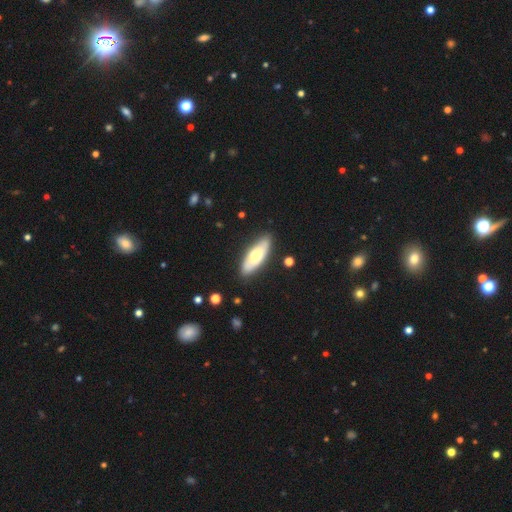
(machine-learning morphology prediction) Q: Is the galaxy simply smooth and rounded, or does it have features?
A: smooth — 57%.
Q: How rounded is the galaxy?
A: in between — 68%.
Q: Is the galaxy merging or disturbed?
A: none — 87%.